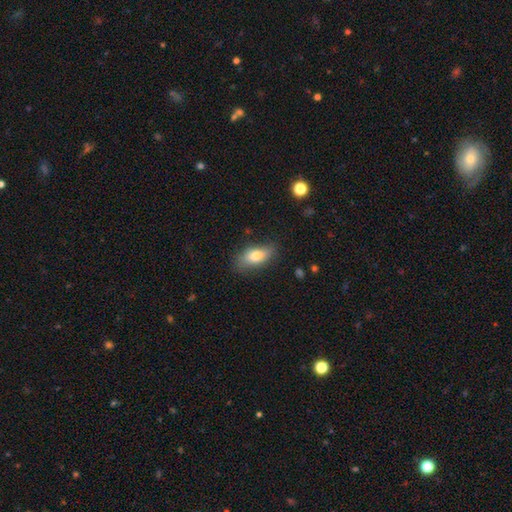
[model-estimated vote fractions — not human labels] A smooth galaxy with no disk features (77%) that is in between round and cigar-shaped (83%). Merging: none (77%).